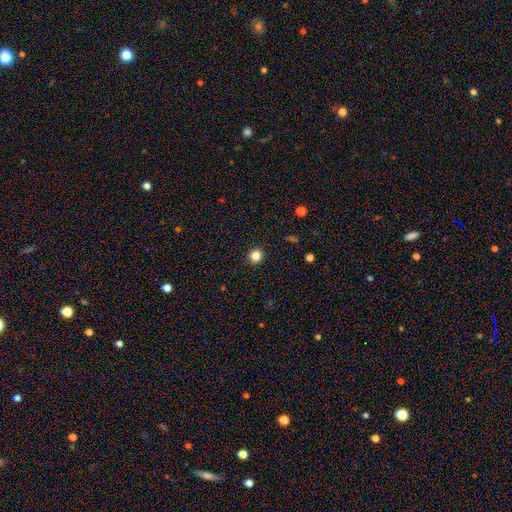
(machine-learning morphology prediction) The model was most divided on "smooth or featured": smooth: 83%, star or artifact: 12%, featured or disk: 5%. More confident: merging — none (93%); how rounded — round (92%).